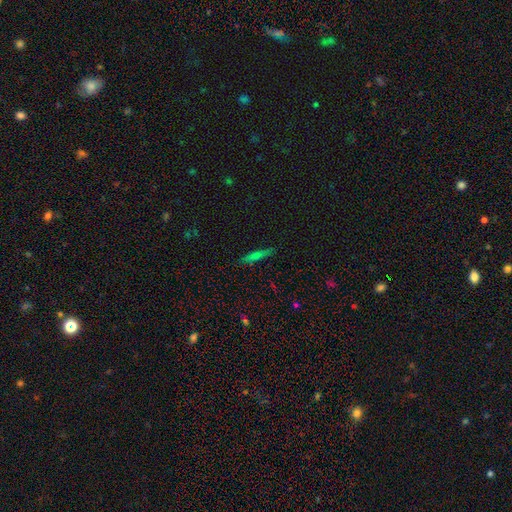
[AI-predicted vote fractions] Q: Smooth or featured?
A: featured or disk (48%); runner-up: smooth (38%)
Q: Merging?
A: none (88%); runner-up: minor disturbance (8%)